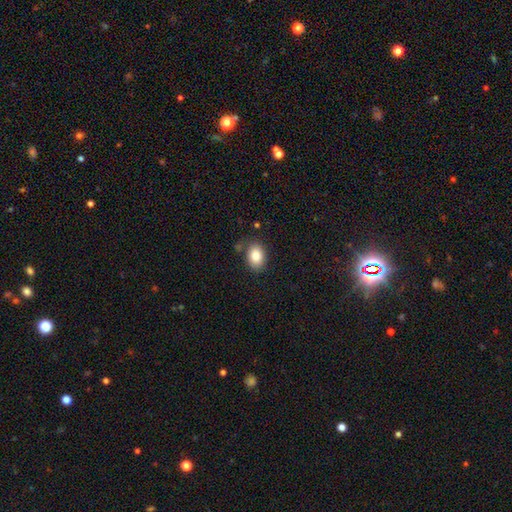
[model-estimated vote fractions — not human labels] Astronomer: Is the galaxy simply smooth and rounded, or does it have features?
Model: smooth — 85%.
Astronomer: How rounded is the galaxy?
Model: in between — 78%.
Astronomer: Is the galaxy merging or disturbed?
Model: none — 80%.